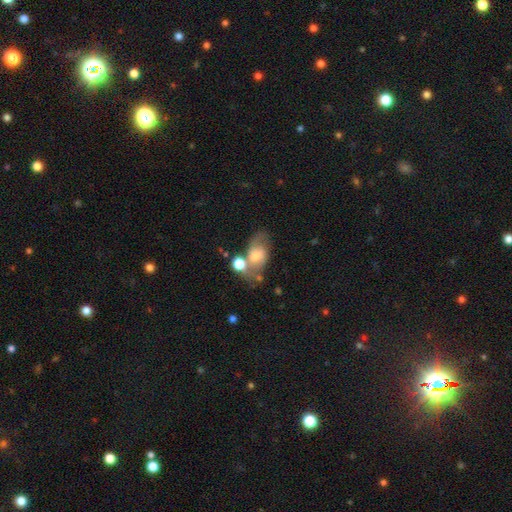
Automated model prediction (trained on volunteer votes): Smooth or featured: smooth — 50% (featured or disk — 40%)
How rounded: in between — 78% (round — 19%)
Merging: none — 42% (merger — 24%)